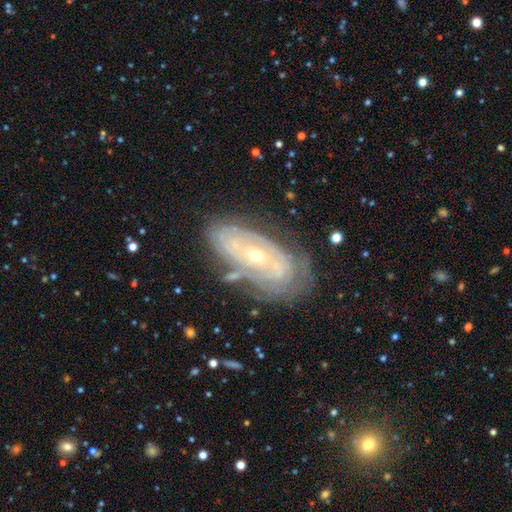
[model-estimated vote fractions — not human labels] smooth_or_featured: featured or disk (p=0.80) [alt: smooth p=0.13]
disk_edge_on: no (p=0.91) [alt: yes p=0.09]
bar: no (p=0.75) [alt: weak p=0.18]
has_spiral_arms: yes (p=0.81) [alt: no p=0.19]
spiral_winding: tight (p=0.75) [alt: medium p=0.19]
spiral_arm_count: can't tell (p=0.53) [alt: 2 p=0.23]
bulge_size: small (p=0.60) [alt: moderate p=0.37]
merging: none (p=0.70) [alt: minor disturbance p=0.19]